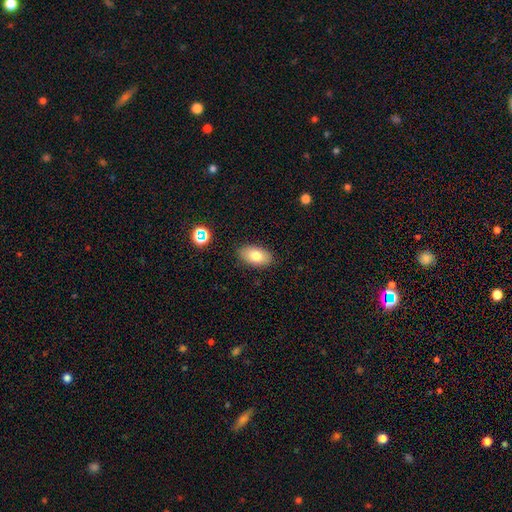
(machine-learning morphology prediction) Smooth or featured? smooth (79%)
How rounded? in between (92%)
Merging? none (86%)